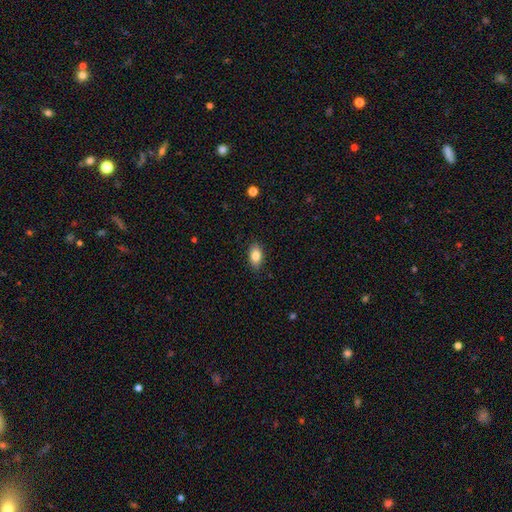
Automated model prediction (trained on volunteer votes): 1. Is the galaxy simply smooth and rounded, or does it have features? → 84% smooth, 8% featured or disk, 8% star or artifact.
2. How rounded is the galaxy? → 89% in between, 8% round, 3% cigar-shaped.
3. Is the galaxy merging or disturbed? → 86% none, 11% minor disturbance, 2% major disturbance, 1% merger.